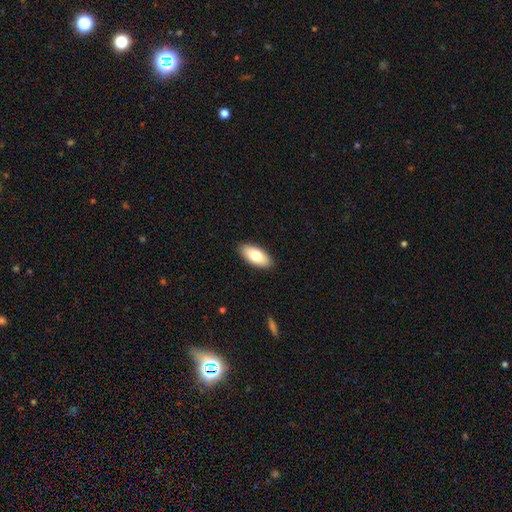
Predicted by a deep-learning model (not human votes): Q: Smooth or featured?
A: smooth (76%); runner-up: featured or disk (18%)
Q: How rounded?
A: in between (90%); runner-up: cigar-shaped (8%)
Q: Merging?
A: none (90%); runner-up: minor disturbance (8%)